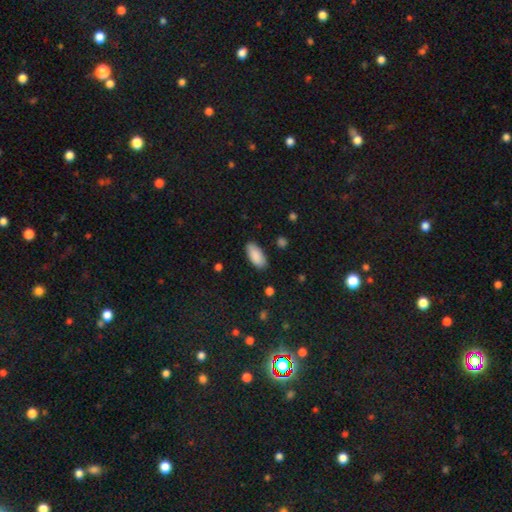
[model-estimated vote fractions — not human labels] A smooth galaxy with no disk features (89%) that is in between round and cigar-shaped (90%).

Vote fractions:
- Smooth or featured? smooth: 89% / star or artifact: 6% / featured or disk: 4%
- How rounded? in between: 90% / cigar-shaped: 8% / round: 2%
- Merging? none: 86% / minor disturbance: 11% / major disturbance: 2% / merger: 1%